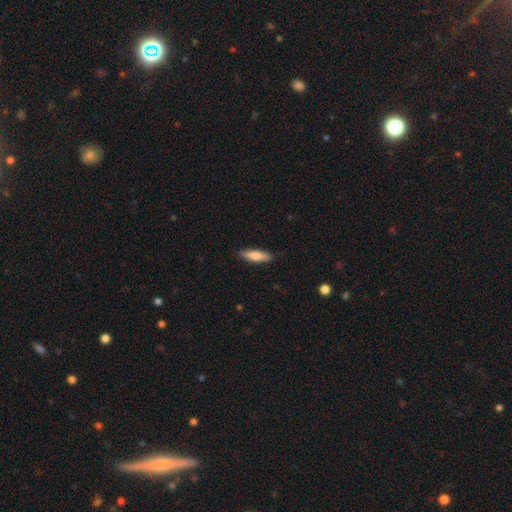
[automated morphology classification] smooth 76%, featured or disk 19%, star or artifact 5%. Down the decision tree: how rounded — cigar-shaped (66%); merging — none (88%).